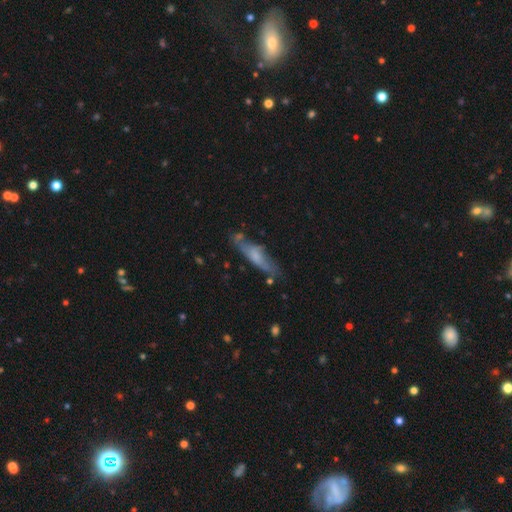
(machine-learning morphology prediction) smooth-or-featured: smooth: 47% | featured or disk: 46% | star or artifact: 7%
  merging: none: 62% | minor disturbance: 24% | major disturbance: 8% | merger: 5%